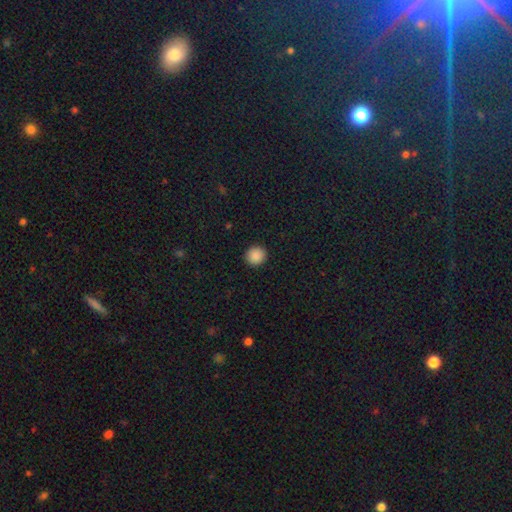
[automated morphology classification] Overall: smooth (89%). How rounded: round (91%). Merging: none (92%).